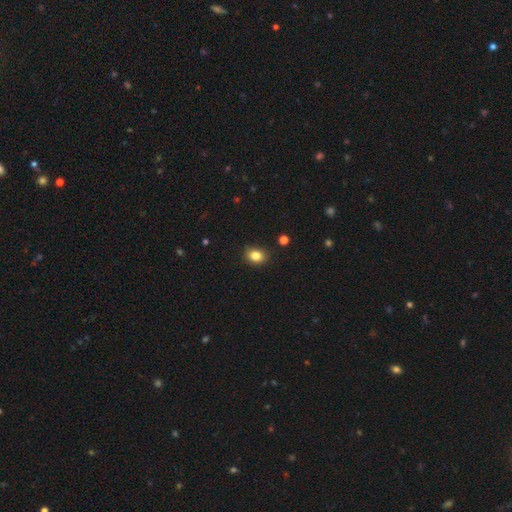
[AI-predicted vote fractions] The model was most divided on "how rounded": in between: 60%, round: 39%, cigar-shaped: 1%. More confident: merging — none (88%); smooth or featured — smooth (83%).